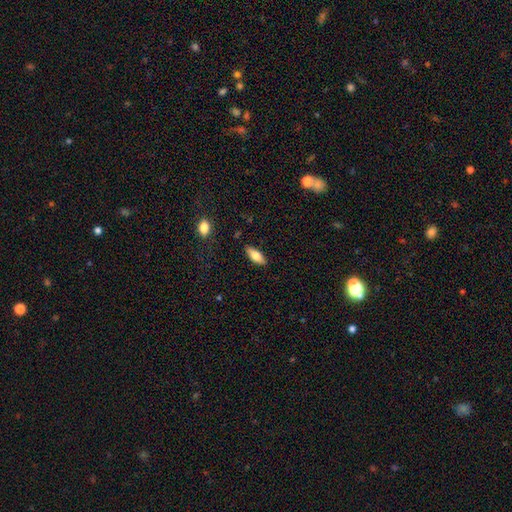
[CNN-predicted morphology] This appears to be a smooth galaxy with no disk features (73%) that is in between round and cigar-shaped (78%). Merging: none (87%).